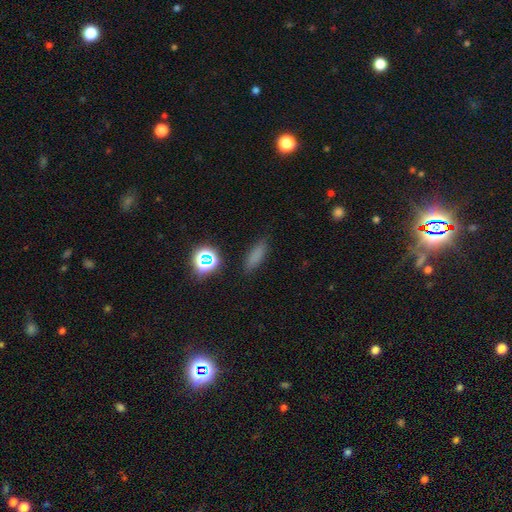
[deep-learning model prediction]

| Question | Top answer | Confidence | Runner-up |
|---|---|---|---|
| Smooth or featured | smooth | 75% | star or artifact (17%) |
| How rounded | in between | 48% | cigar-shaped (47%) |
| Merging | none | 83% | minor disturbance (12%) |